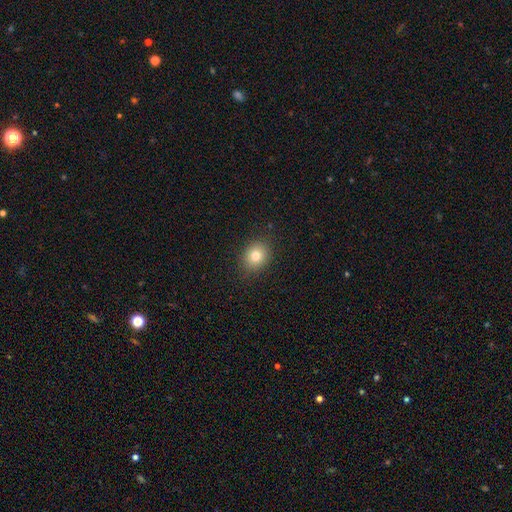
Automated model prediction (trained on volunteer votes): Morphology: type=smooth (80%); roundness=round (62%); merging=none (87%).